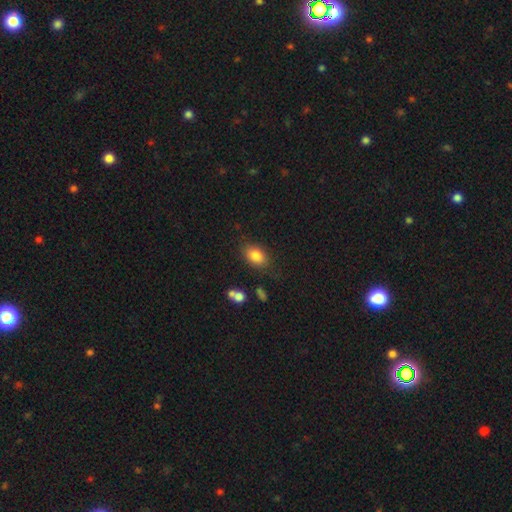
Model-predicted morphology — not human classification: Smooth or featured: smooth — 83% (star or artifact — 9%)
How rounded: in between — 83% (round — 15%)
Merging: none — 79% (minor disturbance — 14%)